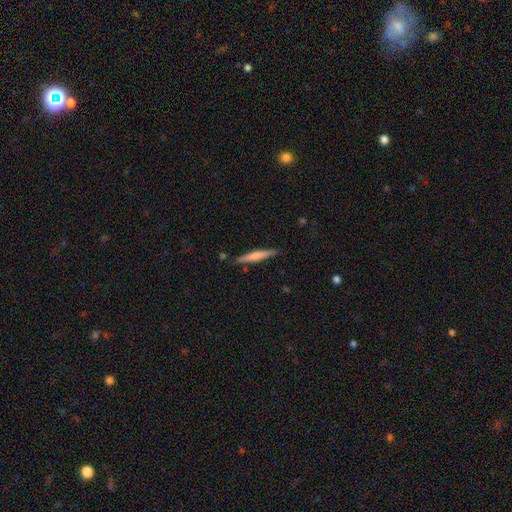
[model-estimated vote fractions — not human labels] Smooth or featured? smooth (59%)
How rounded? cigar-shaped (94%)
Merging? none (87%)